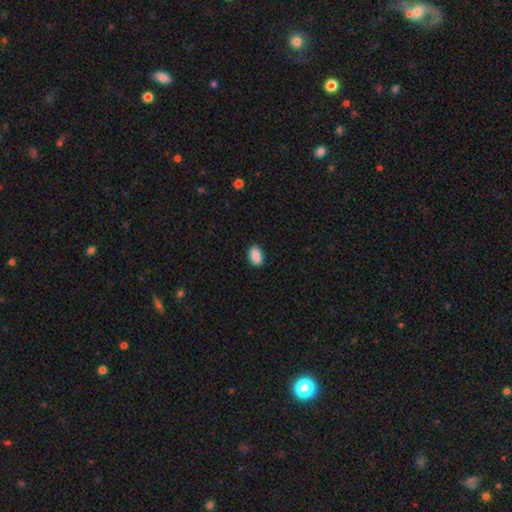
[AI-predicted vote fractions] Smooth or featured? Predicted: smooth (p=0.90). How rounded? Predicted: in between (p=0.91). Merging? Predicted: none (p=0.87).